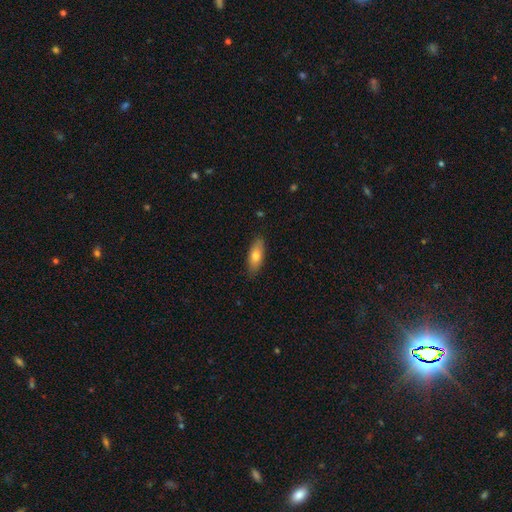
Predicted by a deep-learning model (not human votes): Q: Smooth or featured?
A: smooth (74%); runner-up: featured or disk (20%)
Q: How rounded?
A: in between (75%); runner-up: cigar-shaped (22%)
Q: Merging?
A: none (85%); runner-up: minor disturbance (12%)